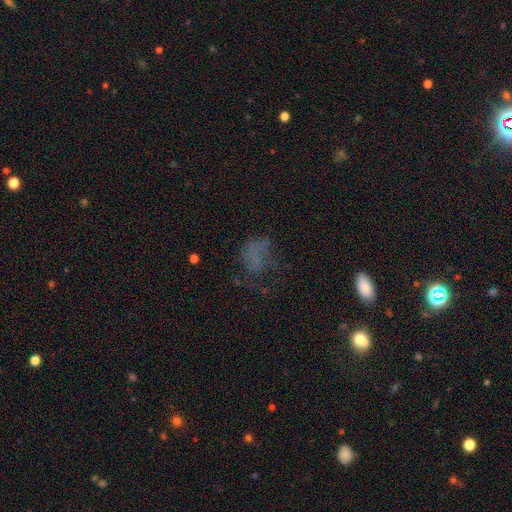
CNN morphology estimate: smooth_or_featured: smooth (p=0.46) [alt: featured or disk p=0.29]
merging: none (p=0.38) [alt: major disturbance p=0.37]